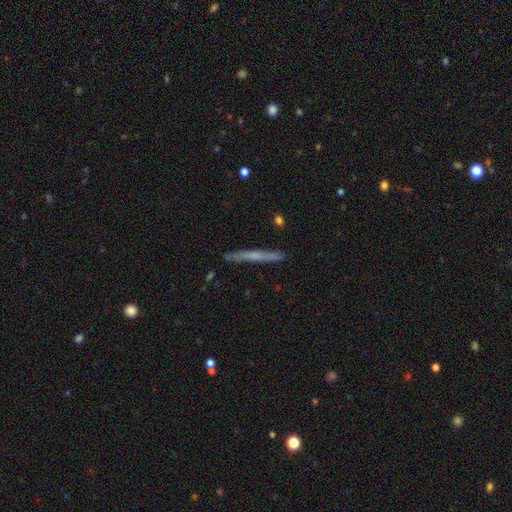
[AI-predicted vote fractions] Smooth or featured?
  - featured or disk: 55% *
  - smooth: 38%
  - star or artifact: 7%
Edge-on disk?
  - yes: 95% *
  - no: 5%
Edge-on bulge?
  - none: 62% *
  - rounded: 32%
  - boxy: 6%
Merging?
  - none: 88% *
  - minor disturbance: 9%
  - major disturbance: 2%
  - merger: 1%